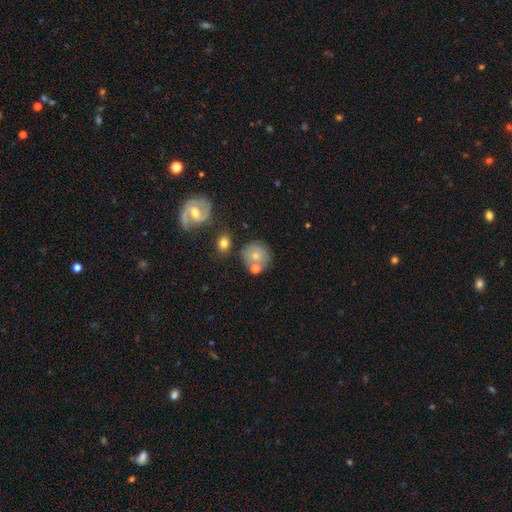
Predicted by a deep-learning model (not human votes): Morphology: type=smooth (65%); roundness=round (89%); merging=none (65%).